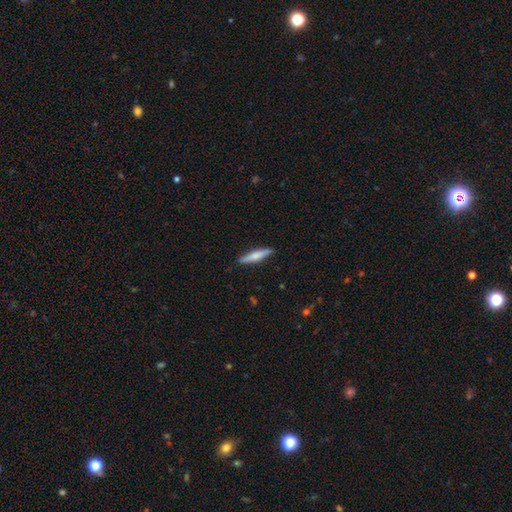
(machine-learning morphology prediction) A smooth galaxy with no disk features (59%) that is cigar-shaped (87%). Merging: none (89%).